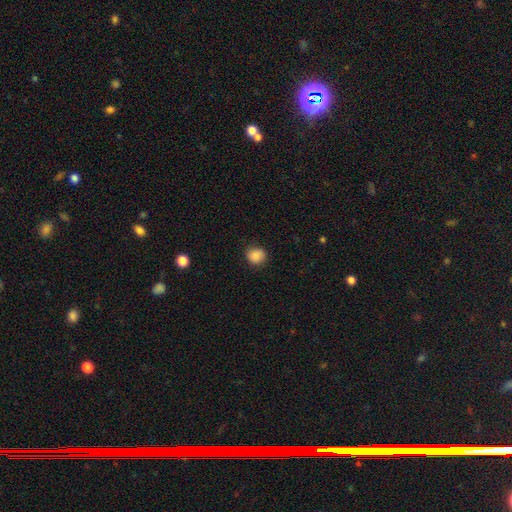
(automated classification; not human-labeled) Smooth or featured: smooth — 87% (star or artifact — 9%)
How rounded: round — 83% (in between — 16%)
Merging: none — 84% (minor disturbance — 12%)